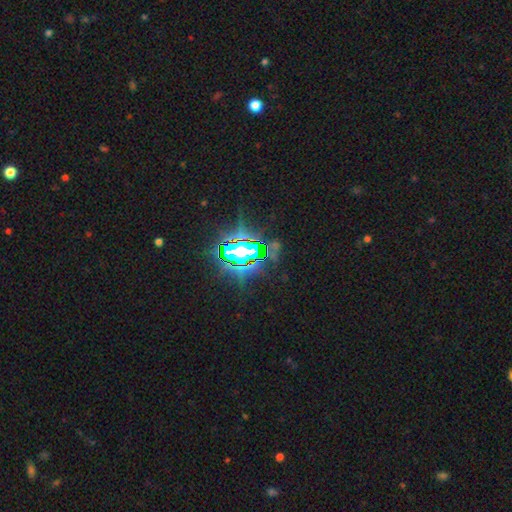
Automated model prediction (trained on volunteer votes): Smooth or featured? star or artifact (83%)